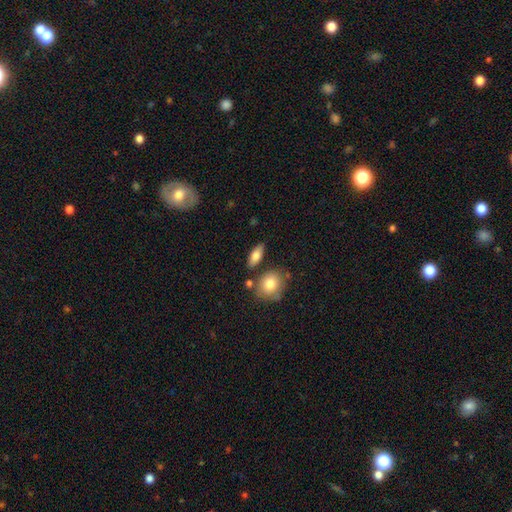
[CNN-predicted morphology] Smooth or featured: smooth — 79% (featured or disk — 14%)
How rounded: in between — 81% (cigar-shaped — 14%)
Merging: none — 78% (minor disturbance — 11%)